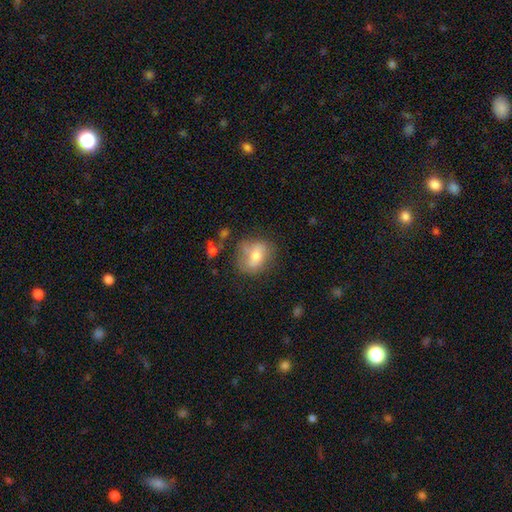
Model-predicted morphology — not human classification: Q: Smooth or featured?
A: smooth (59%); runner-up: featured or disk (32%)
Q: How rounded?
A: in between (59%); runner-up: round (39%)
Q: Merging?
A: none (59%); runner-up: minor disturbance (24%)